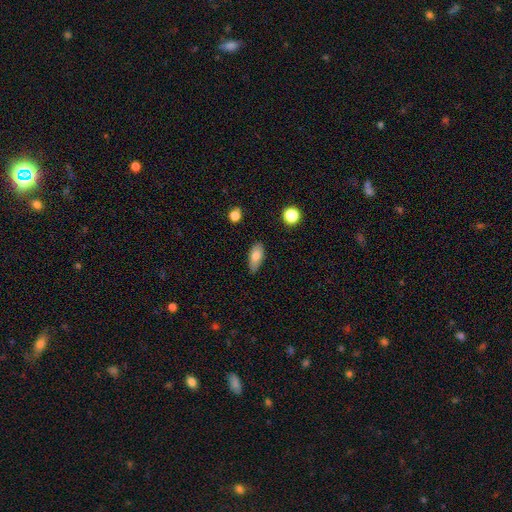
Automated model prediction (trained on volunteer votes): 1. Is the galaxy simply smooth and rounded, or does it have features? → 79% smooth, 13% featured or disk, 8% star or artifact.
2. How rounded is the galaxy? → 83% in between, 13% cigar-shaped, 4% round.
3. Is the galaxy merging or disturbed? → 79% none, 17% minor disturbance, 3% major disturbance, 2% merger.